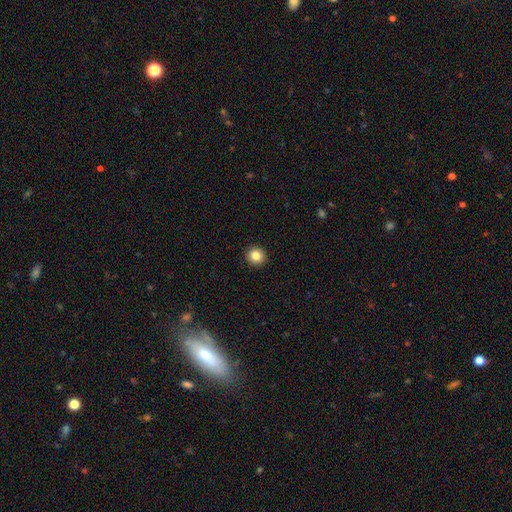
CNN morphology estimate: A smooth galaxy with no disk features (84%) that is round (89%).

Vote fractions:
- Smooth or featured? smooth: 84% / star or artifact: 10% / featured or disk: 6%
- How rounded? round: 89% / in between: 10% / cigar-shaped: 1%
- Merging? none: 93% / minor disturbance: 5% / major disturbance: 2% / merger: 1%